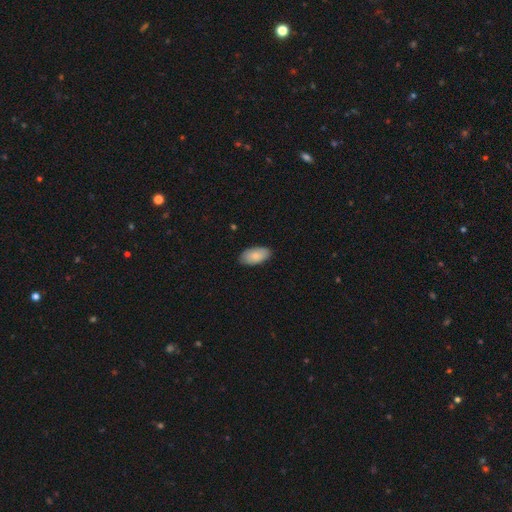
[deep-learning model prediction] The model was most divided on "smooth or featured": smooth: 83%, featured or disk: 11%, star or artifact: 6%. More confident: how rounded — in between (95%); merging — none (85%).